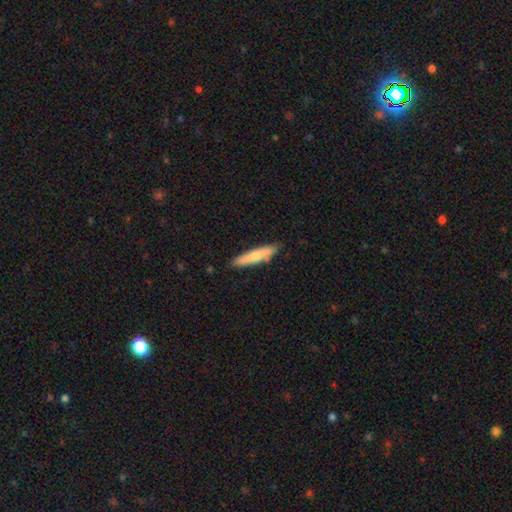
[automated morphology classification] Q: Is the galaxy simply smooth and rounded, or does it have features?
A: smooth — 63%.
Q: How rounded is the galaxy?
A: cigar-shaped — 87%.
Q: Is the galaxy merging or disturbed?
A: none — 84%.